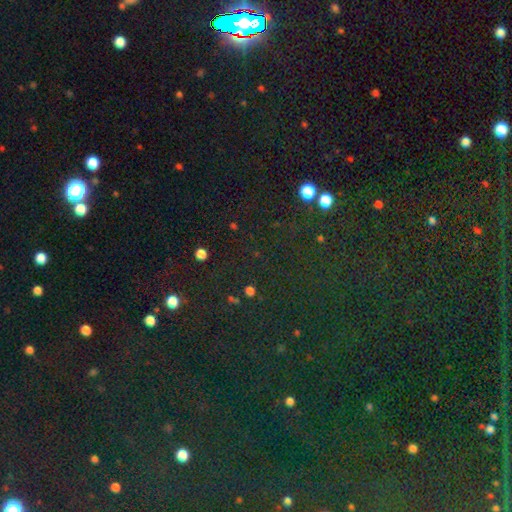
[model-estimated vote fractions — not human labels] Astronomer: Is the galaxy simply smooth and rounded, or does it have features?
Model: star or artifact — 80%.